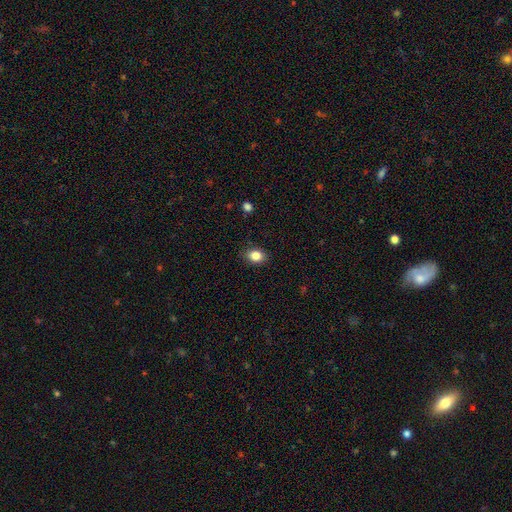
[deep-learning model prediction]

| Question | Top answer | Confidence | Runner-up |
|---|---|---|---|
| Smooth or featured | smooth | 85% | star or artifact (10%) |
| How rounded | in between | 60% | round (39%) |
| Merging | none | 86% | minor disturbance (11%) |